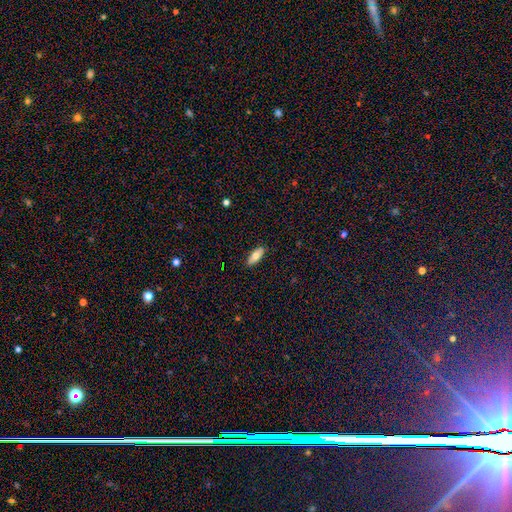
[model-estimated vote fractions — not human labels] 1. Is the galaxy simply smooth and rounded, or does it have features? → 74% smooth, 20% featured or disk, 6% star or artifact.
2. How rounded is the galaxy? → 75% in between, 23% cigar-shaped, 2% round.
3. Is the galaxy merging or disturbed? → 89% none, 9% minor disturbance, 2% major disturbance, 1% merger.